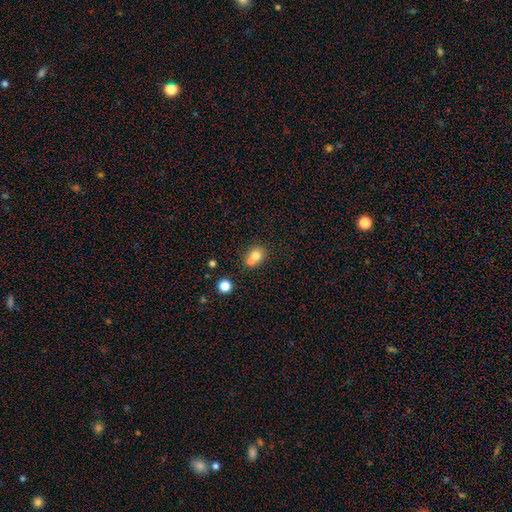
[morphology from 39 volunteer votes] Volunteers were most divided on "merging": none: 46%, merger: 43%, minor disturbance: 11%, major disturbance: 0%. More confident: smooth or featured — smooth (85%); how rounded — round (79%).